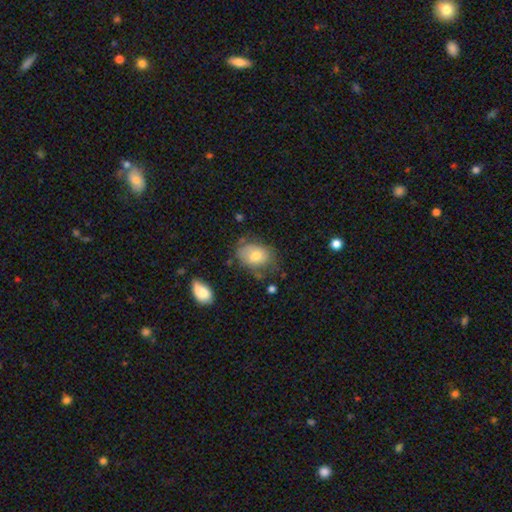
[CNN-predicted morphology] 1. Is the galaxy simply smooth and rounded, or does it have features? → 71% smooth, 21% featured or disk, 8% star or artifact.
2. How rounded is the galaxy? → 71% in between, 28% round, 1% cigar-shaped.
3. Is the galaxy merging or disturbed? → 56% none, 29% minor disturbance, 11% major disturbance, 4% merger.